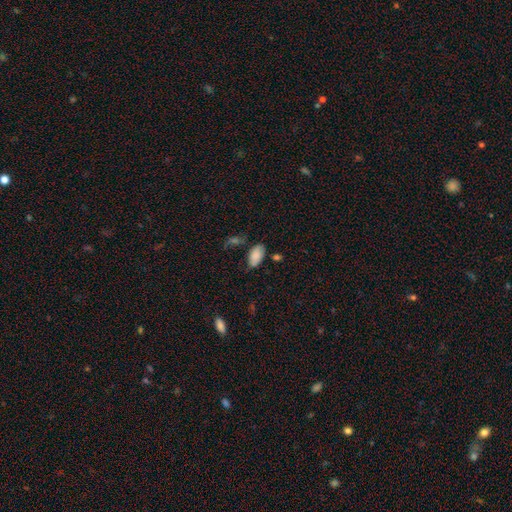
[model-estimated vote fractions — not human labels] smooth-or-featured: smooth: 83% | featured or disk: 9% | star or artifact: 8%
  how-rounded: in between: 95% | round: 3% | cigar-shaped: 2%
  merging: none: 57% | minor disturbance: 27% | major disturbance: 8% | merger: 8%